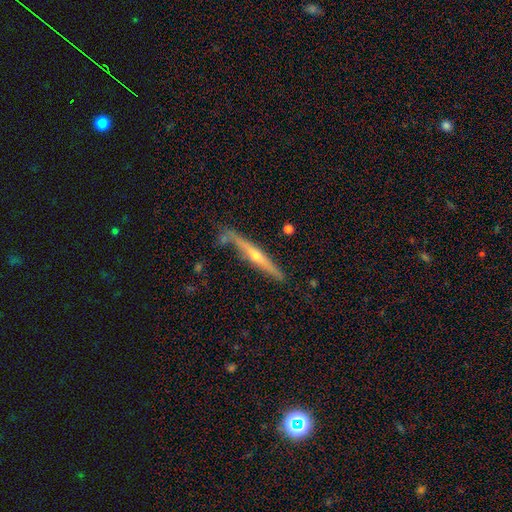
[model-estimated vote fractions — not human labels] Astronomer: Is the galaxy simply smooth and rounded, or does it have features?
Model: featured or disk — 77%.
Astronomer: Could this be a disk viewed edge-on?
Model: yes — 95%.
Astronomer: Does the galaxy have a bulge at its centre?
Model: rounded — 88%.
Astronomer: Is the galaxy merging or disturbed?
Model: none — 75%.